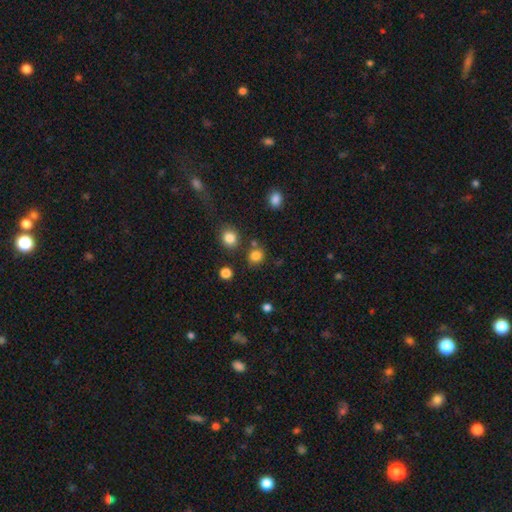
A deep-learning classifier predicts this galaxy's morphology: type=smooth (81%); roundness=round (84%); merging=none (78%).